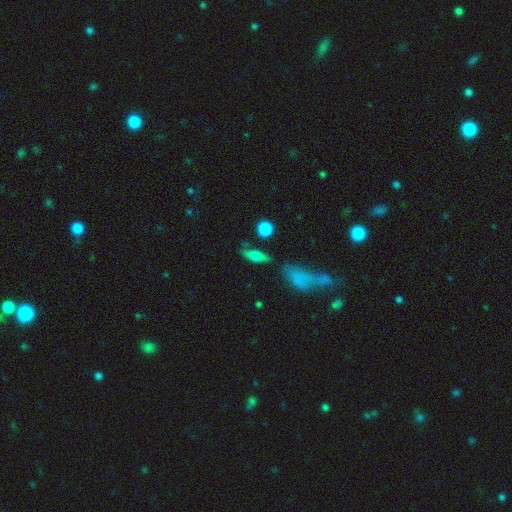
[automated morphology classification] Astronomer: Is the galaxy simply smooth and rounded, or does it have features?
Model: smooth — 63%.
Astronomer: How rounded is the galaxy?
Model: in between — 48% (runner-up: cigar-shaped, 44%).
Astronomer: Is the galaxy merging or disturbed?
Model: none — 68%.